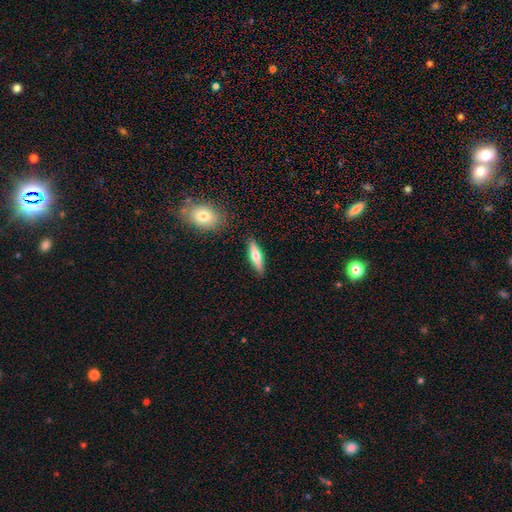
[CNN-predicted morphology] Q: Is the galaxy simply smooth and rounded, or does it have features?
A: smooth — 52%.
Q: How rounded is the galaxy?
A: cigar-shaped — 72%.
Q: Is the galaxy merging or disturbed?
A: none — 87%.